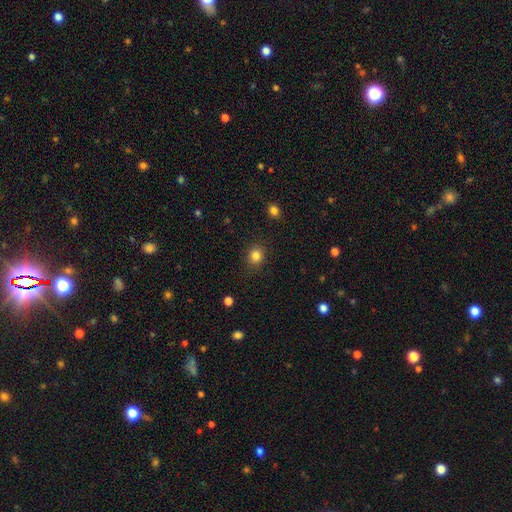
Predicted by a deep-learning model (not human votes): Q: Smooth or featured?
A: smooth (83%); runner-up: star or artifact (12%)
Q: How rounded?
A: round (83%); runner-up: in between (16%)
Q: Merging?
A: none (89%); runner-up: minor disturbance (8%)